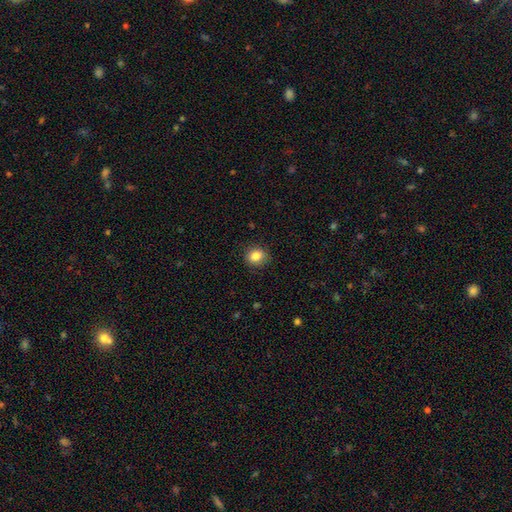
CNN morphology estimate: Overall: smooth (84%). How rounded: round (74%). Merging: none (88%).